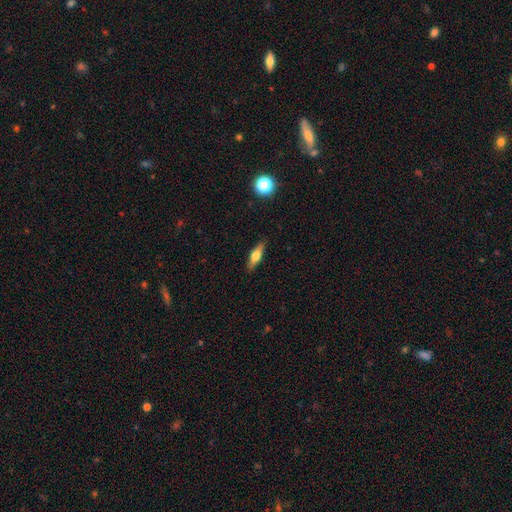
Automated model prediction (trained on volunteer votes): Smooth or featured? smooth (51%)
How rounded? cigar-shaped (60%)
Merging? none (87%)